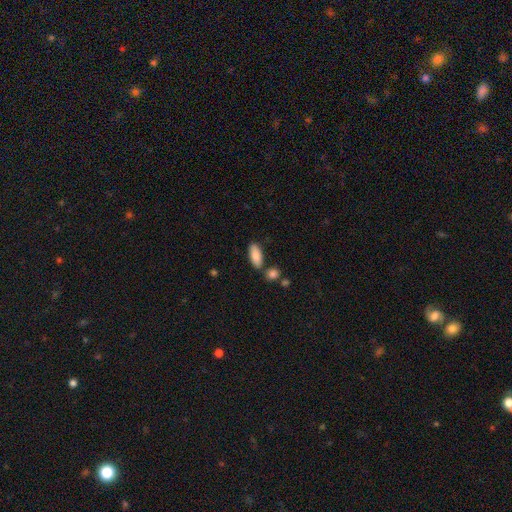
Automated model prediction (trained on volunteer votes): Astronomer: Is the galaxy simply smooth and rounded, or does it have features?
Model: smooth — 86%.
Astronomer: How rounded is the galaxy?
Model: in between — 82%.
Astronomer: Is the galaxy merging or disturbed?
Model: none — 78%.